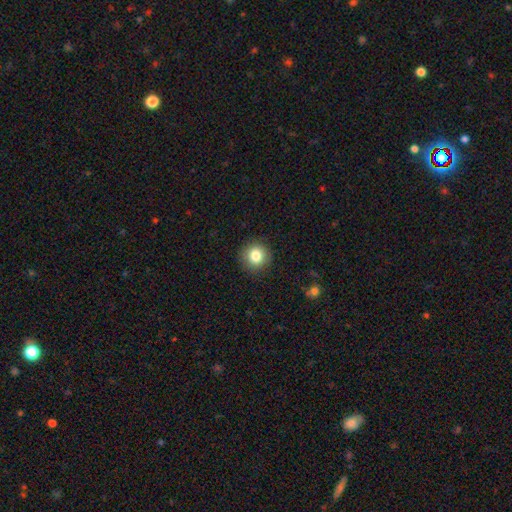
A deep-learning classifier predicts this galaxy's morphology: Smooth or featured? Predicted: smooth (p=0.83). How rounded? Predicted: round (p=0.92). Merging? Predicted: none (p=0.90).